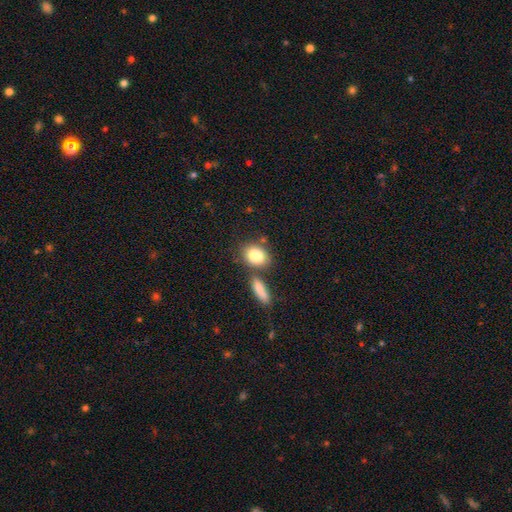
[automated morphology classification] smooth_or_featured: smooth (p=0.82) [alt: featured or disk p=0.10]
how_rounded: in between (p=0.61) [alt: round p=0.37]
merging: none (p=0.62) [alt: merger p=0.22]